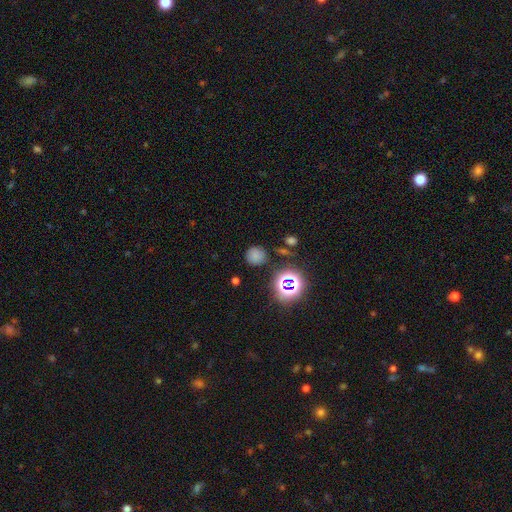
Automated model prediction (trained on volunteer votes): Q: Smooth or featured?
A: smooth (68%); runner-up: star or artifact (25%)
Q: How rounded?
A: round (88%); runner-up: in between (10%)
Q: Merging?
A: none (79%); runner-up: minor disturbance (13%)